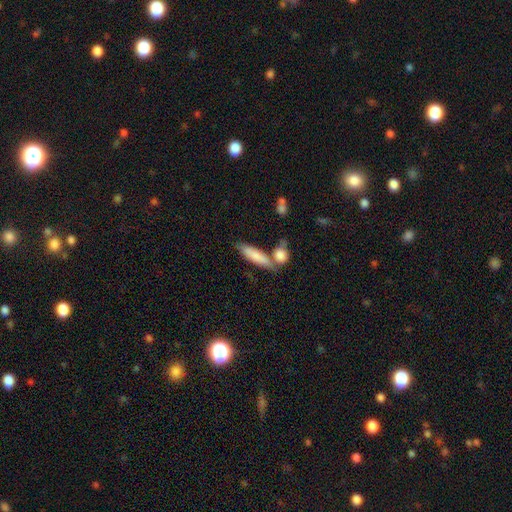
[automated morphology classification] This is likely a smooth galaxy (78%). How rounded: likely cigar-shaped (61%). Merging: possibly none (54%).